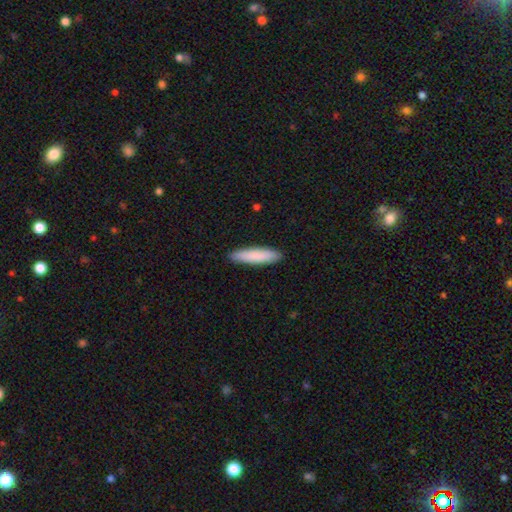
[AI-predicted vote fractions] This appears to be a smooth galaxy with no disk features (86%) that is cigar-shaped (83%). Merging: none (91%).